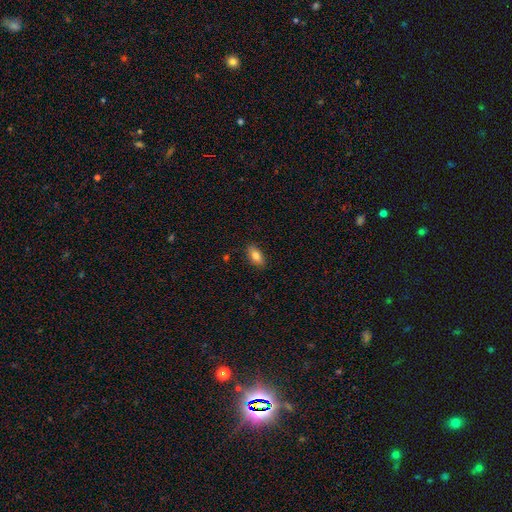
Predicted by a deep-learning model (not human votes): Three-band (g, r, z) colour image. It shows a smooth galaxy with no disk features (82%) that is in between round and cigar-shaped (88%). Merging: none (88%).